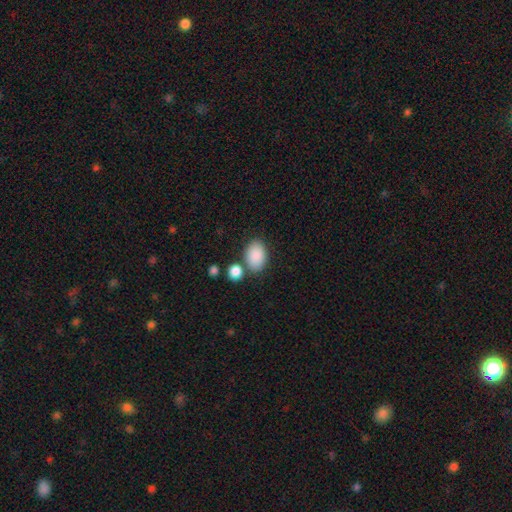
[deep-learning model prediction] Overall: smooth (89%). How rounded: in between (89%). Merging: none (71%).